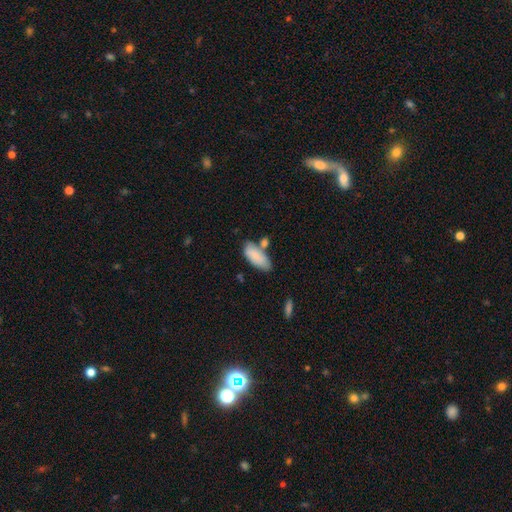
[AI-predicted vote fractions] smooth 84%, featured or disk 9%, star or artifact 6%. Down the decision tree: how rounded — in between (84%); merging — none (55%).